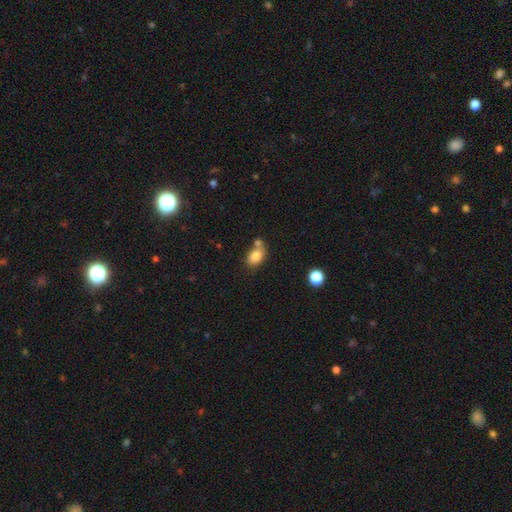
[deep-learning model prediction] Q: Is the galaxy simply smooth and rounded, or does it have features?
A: smooth — 82%.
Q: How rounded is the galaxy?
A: in between — 76%.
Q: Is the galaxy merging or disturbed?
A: none — 49%.